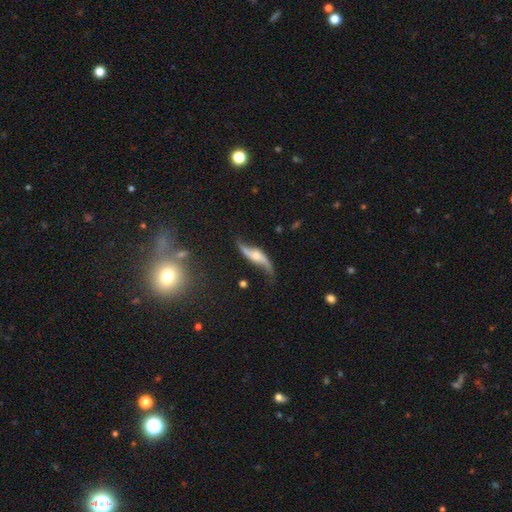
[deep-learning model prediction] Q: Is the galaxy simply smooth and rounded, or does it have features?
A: featured or disk — 85%.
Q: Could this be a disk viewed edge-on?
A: no — 81%.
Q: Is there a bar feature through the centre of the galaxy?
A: no — 55%.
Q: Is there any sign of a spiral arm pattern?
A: yes — 95%.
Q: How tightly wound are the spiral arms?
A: loose — 92%.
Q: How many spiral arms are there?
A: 2 — 93%.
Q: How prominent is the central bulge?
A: moderate — 34%.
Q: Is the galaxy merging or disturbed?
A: none — 69%.